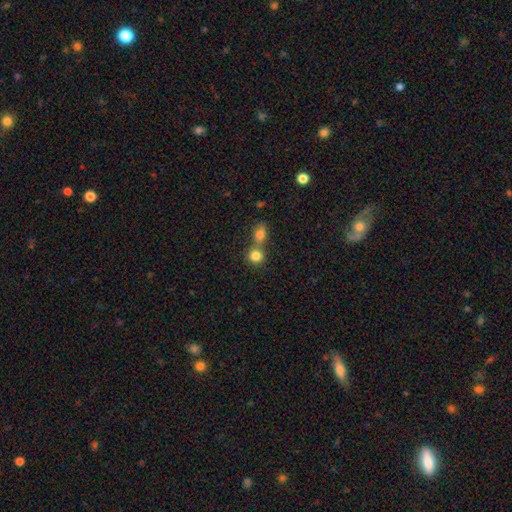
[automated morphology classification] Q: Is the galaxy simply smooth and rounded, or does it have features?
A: smooth — 82%.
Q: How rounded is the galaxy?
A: round — 81%.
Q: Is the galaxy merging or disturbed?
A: merger — 49%.